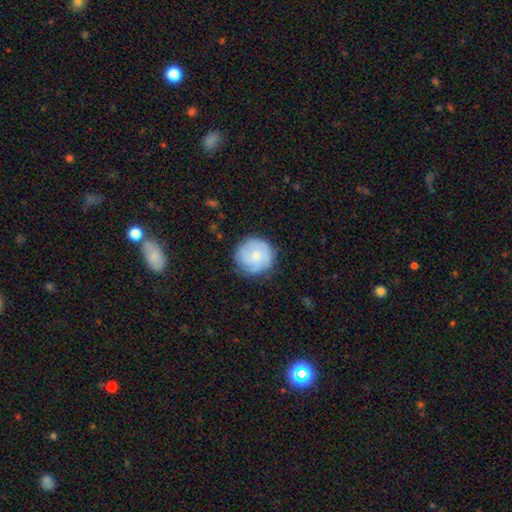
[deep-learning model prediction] Smooth or featured? Predicted: smooth (p=0.53). How rounded? Predicted: round (p=0.95). Merging? Predicted: none (p=0.81).